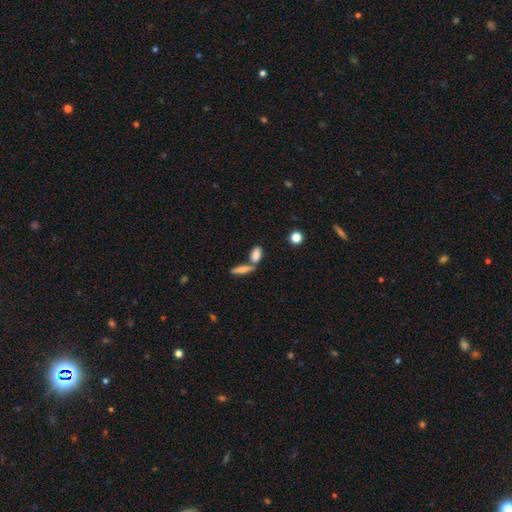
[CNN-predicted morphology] Smooth or featured: smooth — 79% (featured or disk — 12%)
How rounded: in between — 76% (cigar-shaped — 17%)
Merging: none — 48% (merger — 38%)